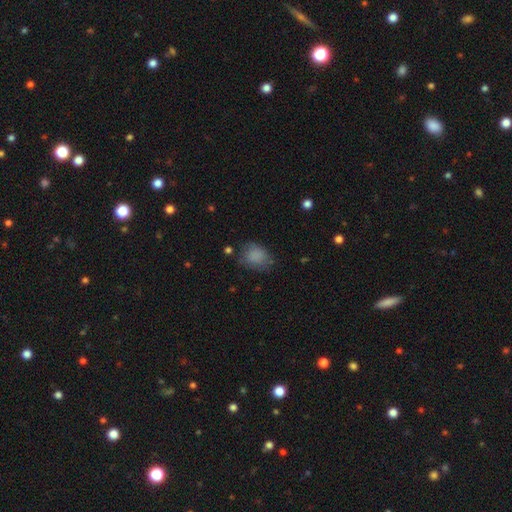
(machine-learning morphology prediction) smooth_or_featured: smooth (p=0.83) [alt: star or artifact p=0.09]
how_rounded: in between (p=0.56) [alt: round p=0.43]
merging: none (p=0.64) [alt: minor disturbance p=0.25]